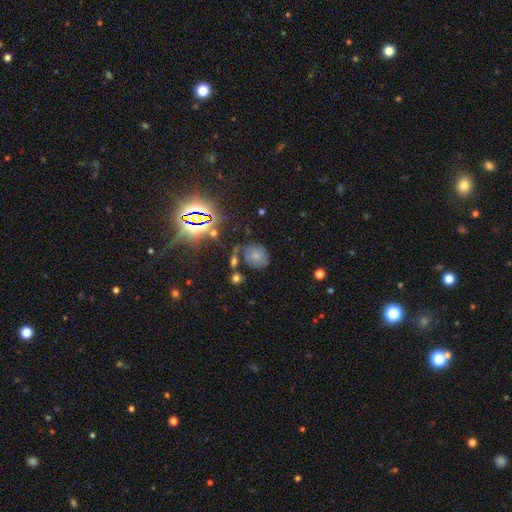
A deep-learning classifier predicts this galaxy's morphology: smooth-or-featured: smooth: 55% | featured or disk: 23% | star or artifact: 22%
  how-rounded: round: 62% | in between: 36% | cigar-shaped: 1%
  merging: none: 59% | minor disturbance: 21% | merger: 10% | major disturbance: 10%